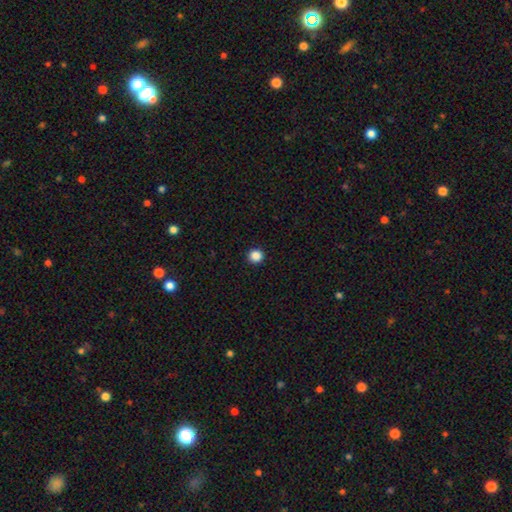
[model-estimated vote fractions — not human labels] This is clearly a smooth galaxy (87%). How rounded: clearly round (95%). Merging: clearly none (94%).